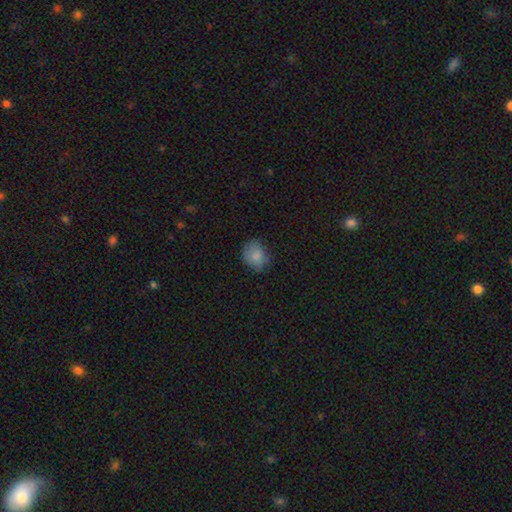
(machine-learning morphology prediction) type=smooth (84%); roundness=round (51%); merging=none (70%).